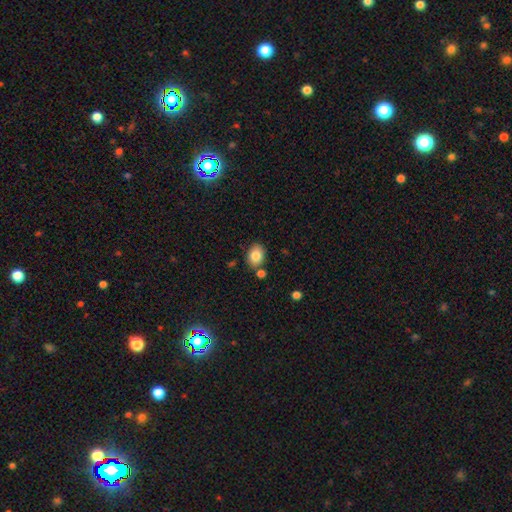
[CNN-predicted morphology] Overall: smooth (83%). How rounded: in between (68%; round 31%). Merging: none (77%).